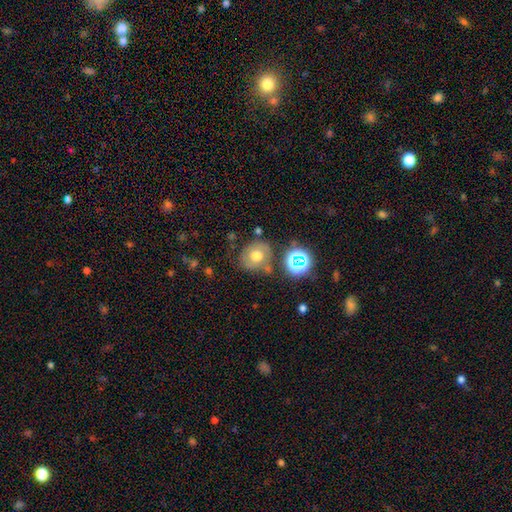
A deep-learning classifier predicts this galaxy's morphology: Smooth or featured: smooth — 53% (featured or disk — 32%)
How rounded: round — 71% (in between — 28%)
Merging: none — 65% (minor disturbance — 19%)